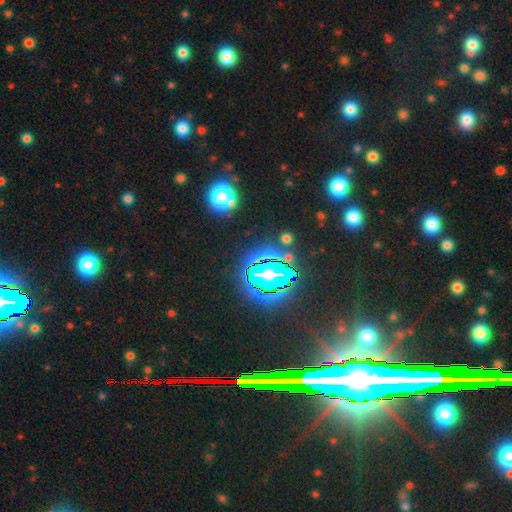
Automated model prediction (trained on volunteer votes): This appears to be a star or artifact, not a galaxy (79%).